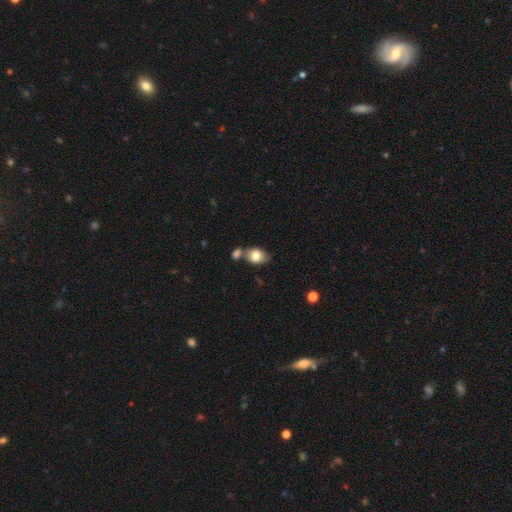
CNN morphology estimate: type=smooth (80%); roundness=in between (73%); merging=none (50%).